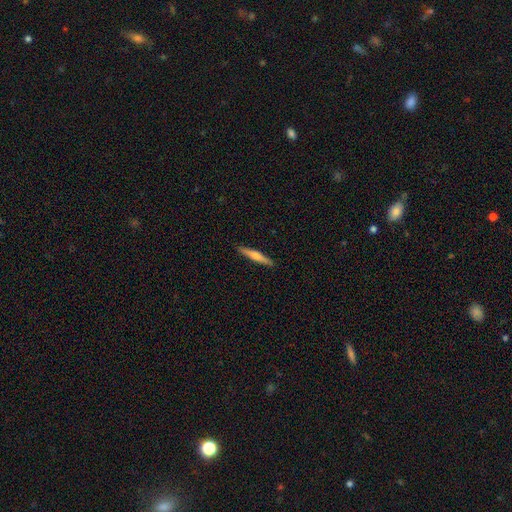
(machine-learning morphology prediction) Smooth or featured? smooth (52%)
How rounded? cigar-shaped (93%)
Merging? none (91%)